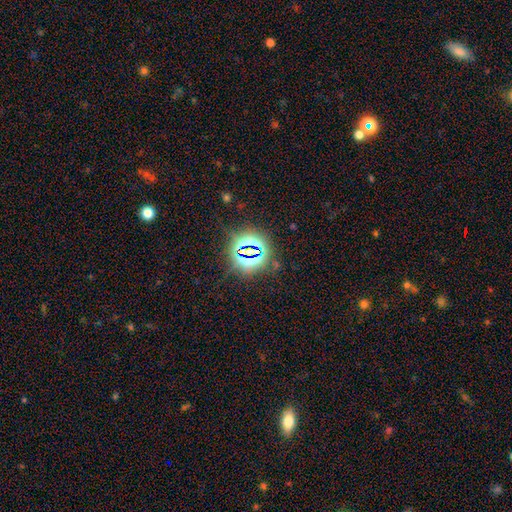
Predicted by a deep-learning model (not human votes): Smooth or featured? Predicted: star or artifact (p=0.77).